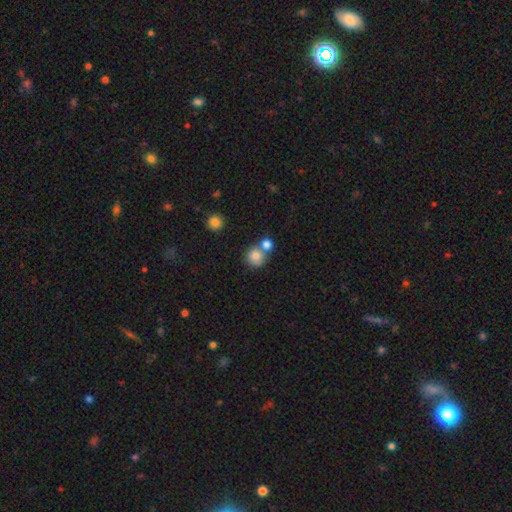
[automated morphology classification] Smooth or featured: smooth — 80% (star or artifact — 10%)
How rounded: round — 87% (in between — 12%)
Merging: none — 49% (merger — 40%)